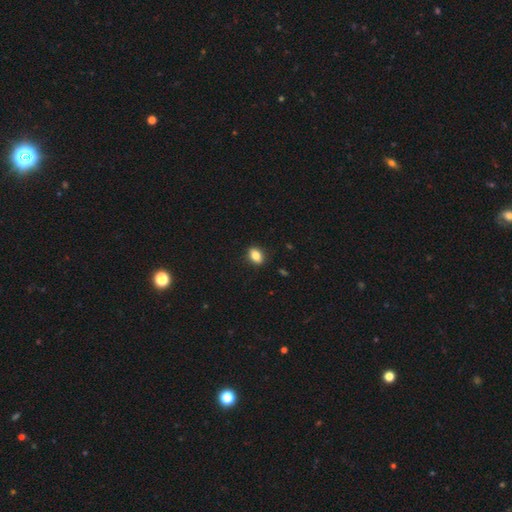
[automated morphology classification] smooth 84%, star or artifact 9%, featured or disk 7%. Down the decision tree: how rounded — in between (80%); merging — none (88%).